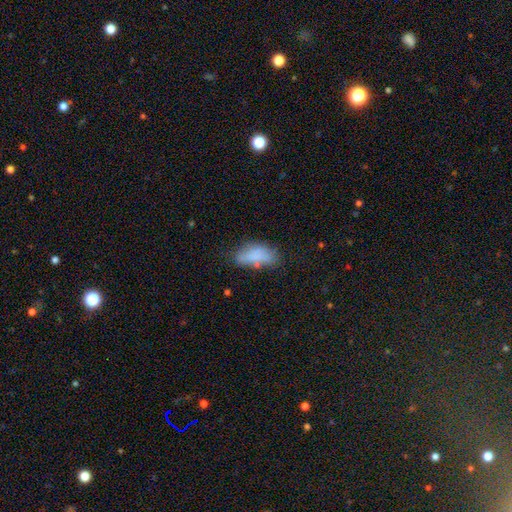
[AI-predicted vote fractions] A smooth galaxy with no disk features (75%) that is in between round and cigar-shaped (87%). Merging: none (49%).